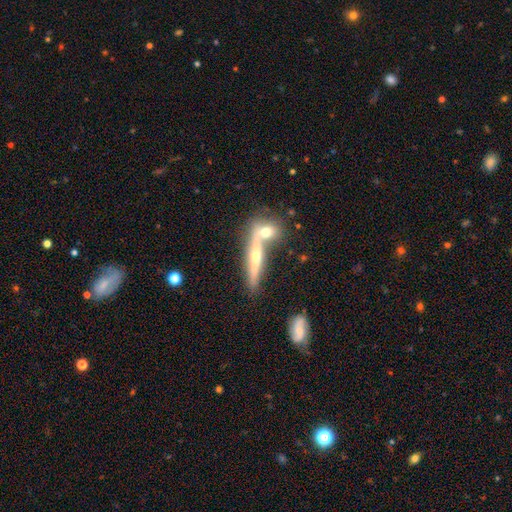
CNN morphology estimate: type=featured or disk (59%); edge-on=yes (82%); merging=none (46%).